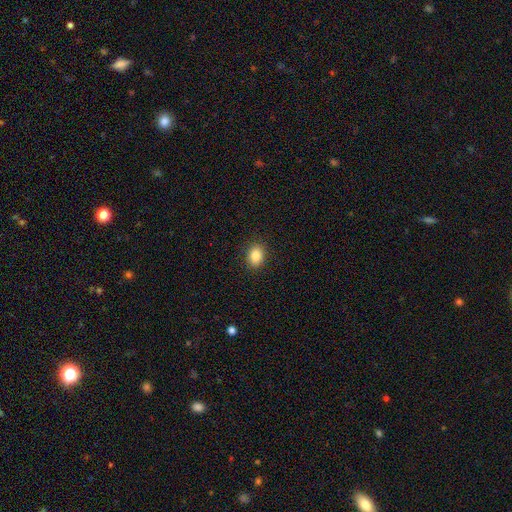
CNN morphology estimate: Smooth or featured? Predicted: smooth (p=0.84). How rounded? Predicted: in between (p=0.57). Merging? Predicted: none (p=0.90).